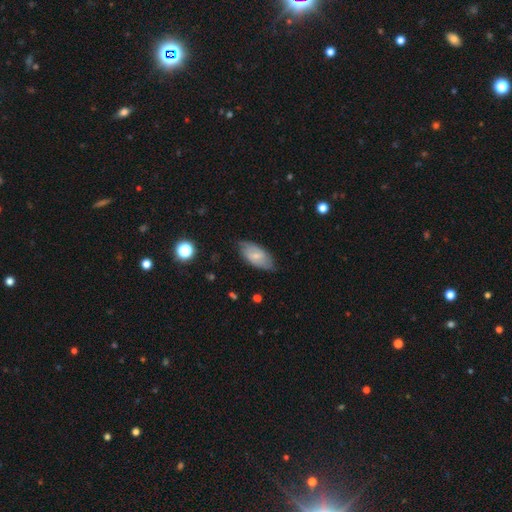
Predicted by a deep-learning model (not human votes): Q: Smooth or featured?
A: smooth (52%); runner-up: featured or disk (41%)
Q: How rounded?
A: in between (91%); runner-up: cigar-shaped (5%)
Q: Merging?
A: none (74%); runner-up: minor disturbance (21%)